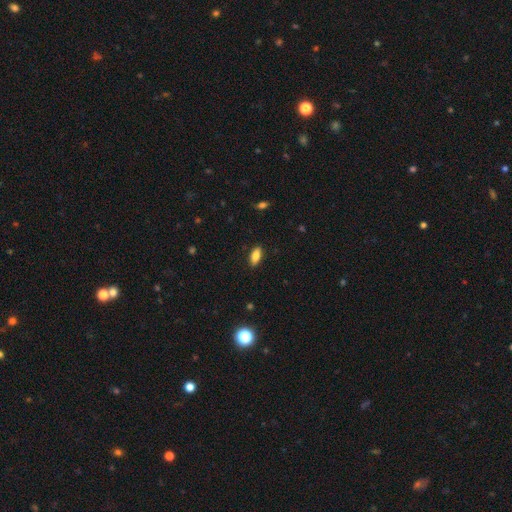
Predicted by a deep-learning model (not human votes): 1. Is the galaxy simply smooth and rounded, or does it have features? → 83% smooth, 9% featured or disk, 8% star or artifact.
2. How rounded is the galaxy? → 83% in between, 14% cigar-shaped, 2% round.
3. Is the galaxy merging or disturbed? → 88% none, 9% minor disturbance, 2% major disturbance, 1% merger.